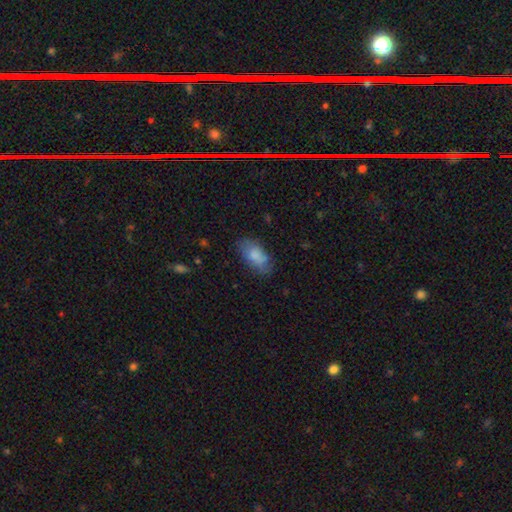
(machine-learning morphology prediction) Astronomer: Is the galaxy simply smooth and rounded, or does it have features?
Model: smooth — 78%.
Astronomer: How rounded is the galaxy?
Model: in between — 92%.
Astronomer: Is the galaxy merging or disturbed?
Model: none — 64%.